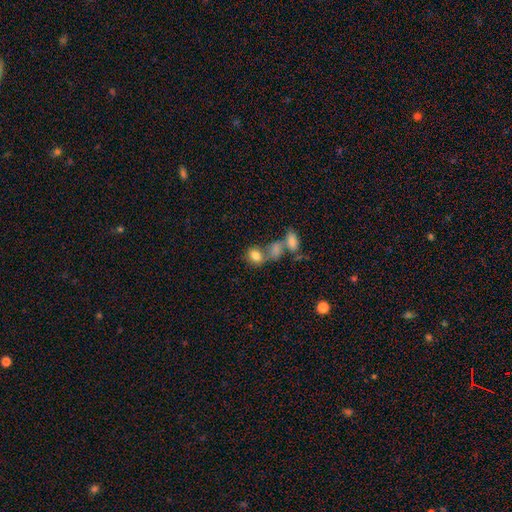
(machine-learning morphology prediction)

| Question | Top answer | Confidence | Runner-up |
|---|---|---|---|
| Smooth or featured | smooth | 78% | star or artifact (11%) |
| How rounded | in between | 59% | round (39%) |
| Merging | none | 44% | merger (36%) |